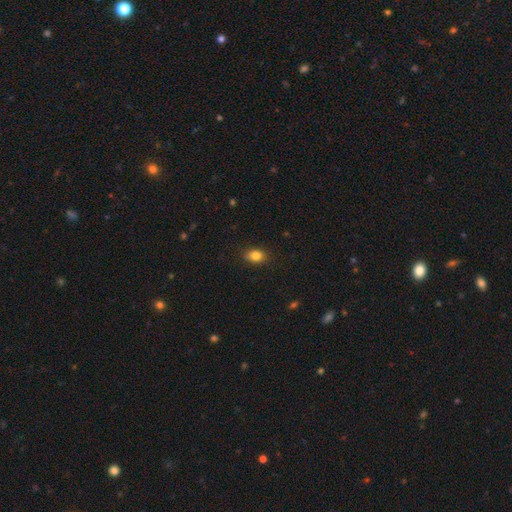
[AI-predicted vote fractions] Smooth or featured? Predicted: smooth (p=0.83). How rounded? Predicted: in between (p=0.68). Merging? Predicted: none (p=0.85).